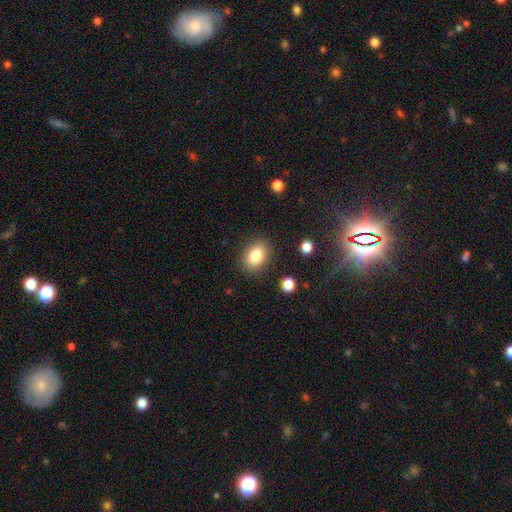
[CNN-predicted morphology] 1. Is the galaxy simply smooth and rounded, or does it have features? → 83% smooth, 9% star or artifact, 8% featured or disk.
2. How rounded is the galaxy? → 68% in between, 31% round, 1% cigar-shaped.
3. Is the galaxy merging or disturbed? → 85% none, 10% minor disturbance, 3% major disturbance, 2% merger.